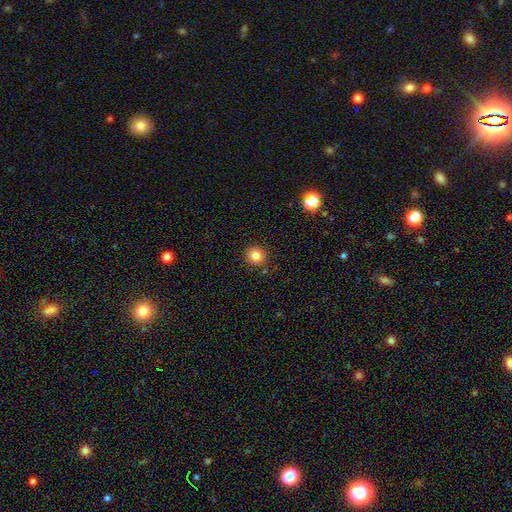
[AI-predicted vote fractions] A smooth galaxy with no disk features (83%) that is round (90%).

Vote fractions:
- Smooth or featured? smooth: 83% / star or artifact: 11% / featured or disk: 6%
- How rounded? round: 90% / in between: 9% / cigar-shaped: 1%
- Merging? none: 88% / minor disturbance: 8% / merger: 2% / major disturbance: 2%